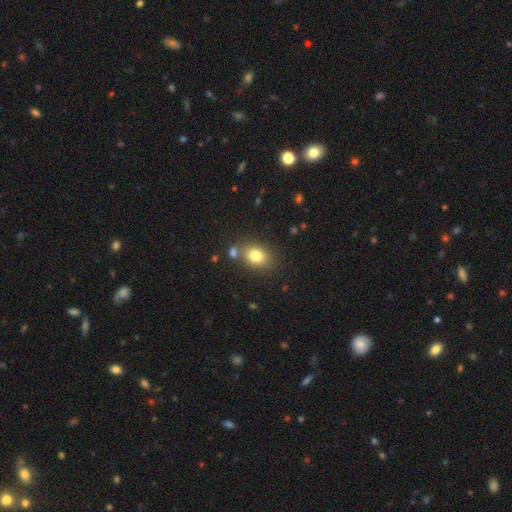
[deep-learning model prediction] smooth-or-featured: smooth: 79% | star or artifact: 11% | featured or disk: 10%
  how-rounded: in between: 61% | round: 38% | cigar-shaped: 1%
  merging: none: 70% | merger: 14% | minor disturbance: 12% | major disturbance: 4%